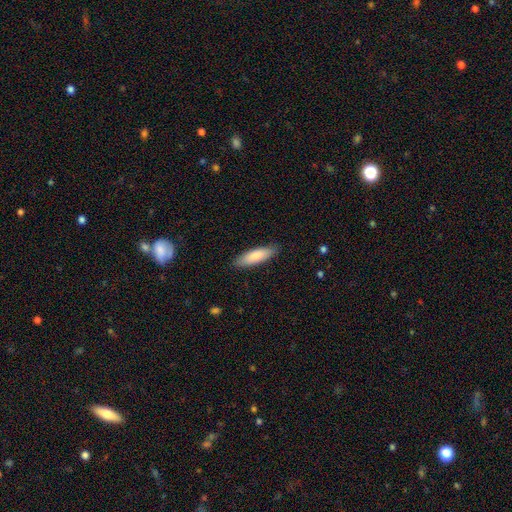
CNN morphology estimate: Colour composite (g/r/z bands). It shows a smooth galaxy with no disk features (85%) that is cigar-shaped (52%). Merging: none (87%).